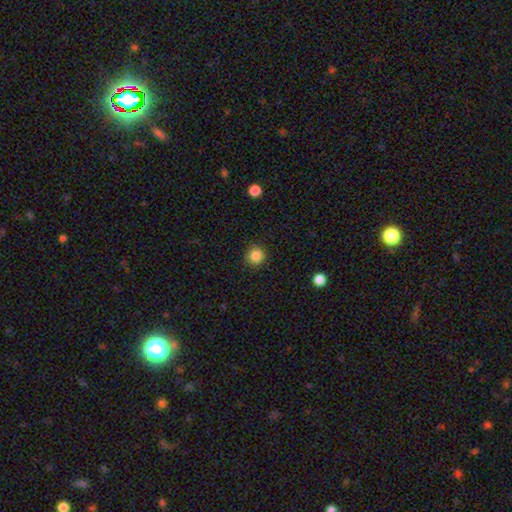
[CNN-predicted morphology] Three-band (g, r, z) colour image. It shows a smooth galaxy with no disk features (86%) that is round (94%). Merging: none (90%).